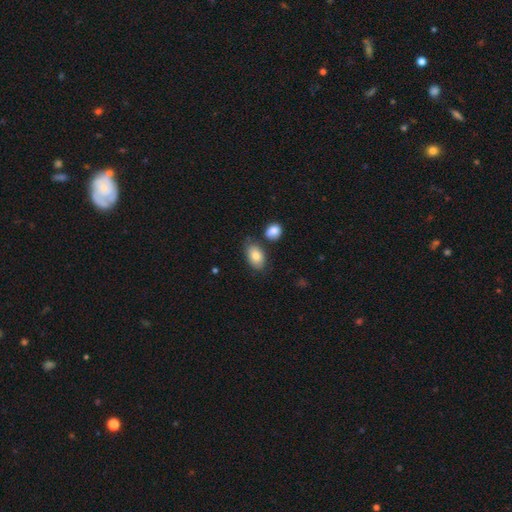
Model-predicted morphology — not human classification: smooth 79%, featured or disk 13%, star or artifact 7%. Down the decision tree: how rounded — in between (89%); merging — none (68%).